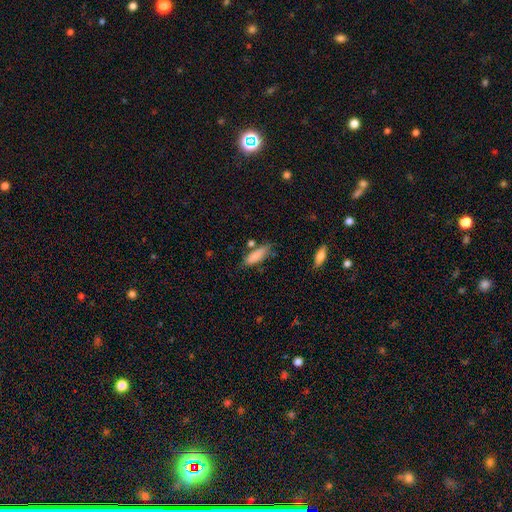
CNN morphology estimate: Smooth or featured? smooth (84%)
How rounded? in between (57%)
Merging? none (66%)